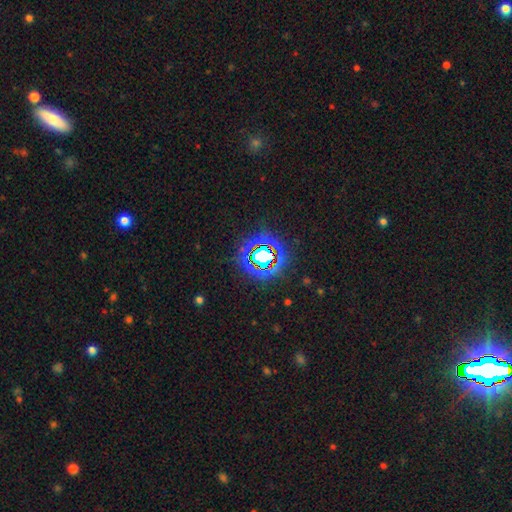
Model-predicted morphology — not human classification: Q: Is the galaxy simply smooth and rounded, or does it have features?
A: star or artifact — 81%.